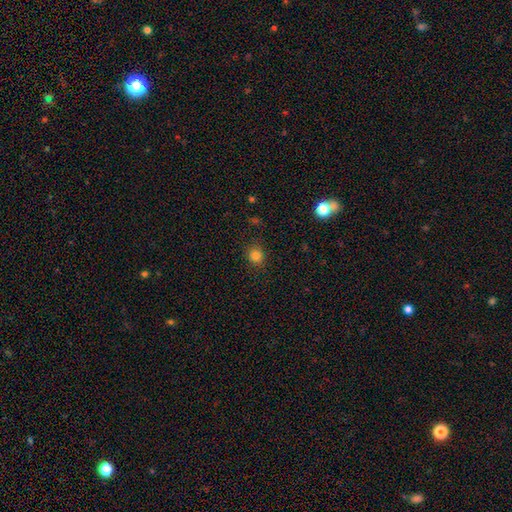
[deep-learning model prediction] smooth_or_featured: smooth (p=0.82) [alt: star or artifact p=0.13]
how_rounded: round (p=0.83) [alt: in between p=0.17]
merging: none (p=0.88) [alt: minor disturbance p=0.08]